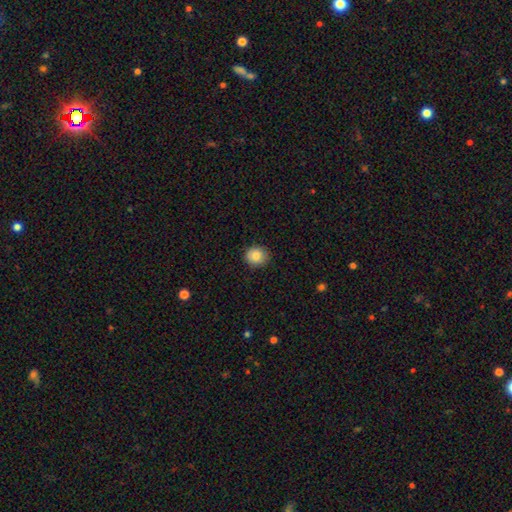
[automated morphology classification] The model was most divided on "how rounded": round: 85%, in between: 15%, cigar-shaped: 1%. More confident: merging — none (89%); smooth or featured — smooth (85%).